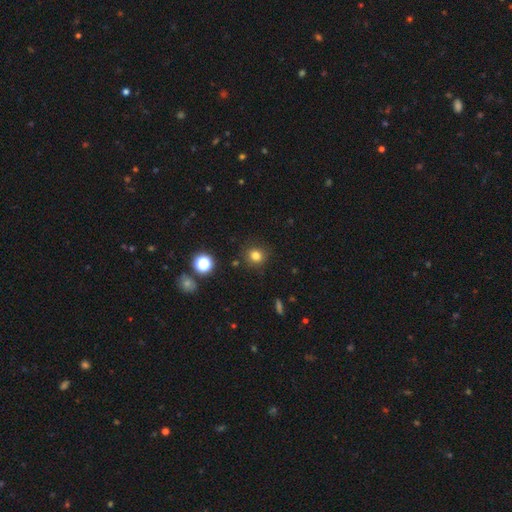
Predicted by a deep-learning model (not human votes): Smooth or featured?
  - smooth: 79% *
  - star or artifact: 15%
  - featured or disk: 6%
How rounded?
  - round: 87% *
  - in between: 12%
  - cigar-shaped: 1%
Merging?
  - none: 87% *
  - minor disturbance: 8%
  - major disturbance: 3%
  - merger: 2%